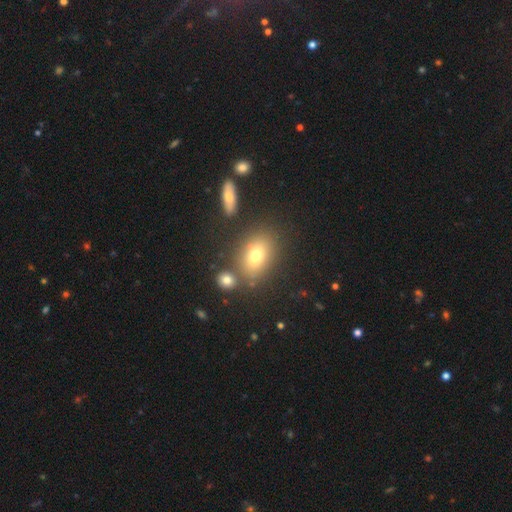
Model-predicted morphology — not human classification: Q: Smooth or featured?
A: smooth (69%); runner-up: featured or disk (17%)
Q: How rounded?
A: in between (76%); runner-up: round (21%)
Q: Merging?
A: none (74%); runner-up: minor disturbance (12%)